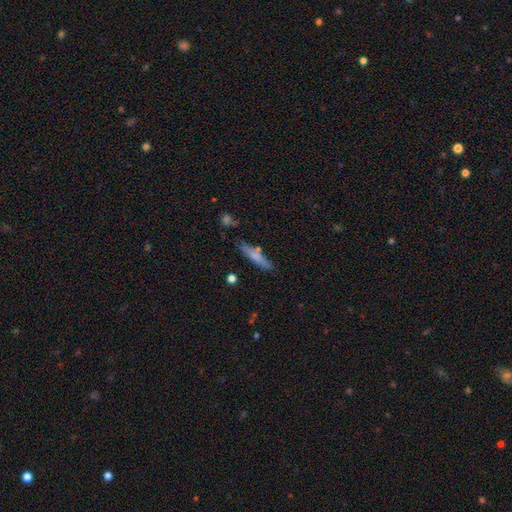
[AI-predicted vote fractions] Q: Smooth or featured?
A: smooth (69%); runner-up: featured or disk (24%)
Q: How rounded?
A: cigar-shaped (87%); runner-up: in between (11%)
Q: Merging?
A: none (76%); runner-up: minor disturbance (15%)